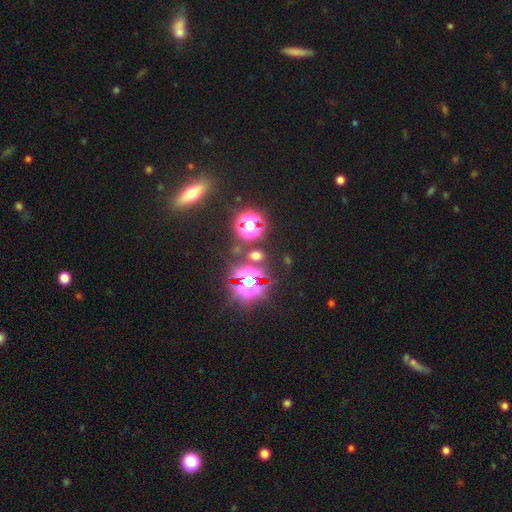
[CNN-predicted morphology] This is likely a star or artifact rather than a galaxy (61%).